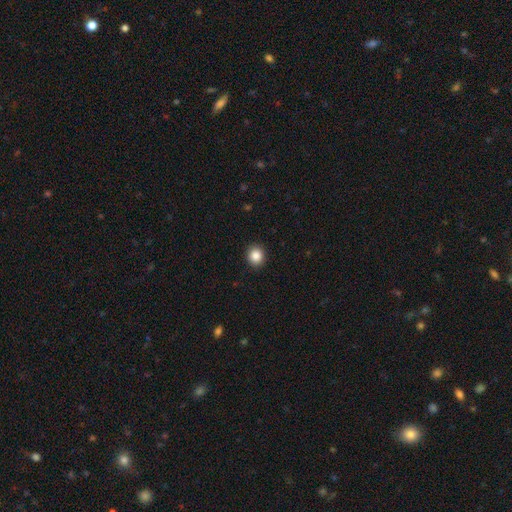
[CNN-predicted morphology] smooth-or-featured: smooth: 87% | star or artifact: 9% | featured or disk: 4%
  how-rounded: round: 84% | in between: 15% | cigar-shaped: 1%
  merging: none: 92% | minor disturbance: 6% | major disturbance: 2% | merger: 1%